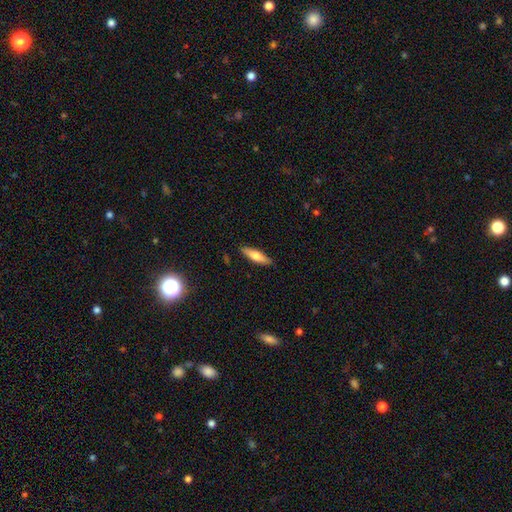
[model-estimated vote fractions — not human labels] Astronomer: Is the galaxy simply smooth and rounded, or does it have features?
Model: smooth — 66%.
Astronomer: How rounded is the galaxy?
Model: cigar-shaped — 66%.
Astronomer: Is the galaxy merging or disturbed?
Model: none — 87%.